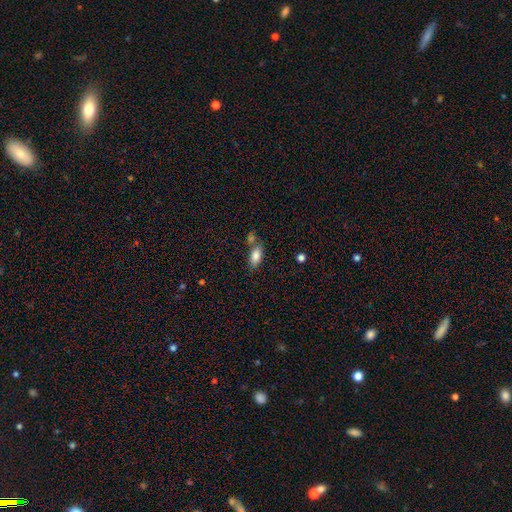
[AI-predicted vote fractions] Smooth or featured: smooth — 83% (featured or disk — 9%)
How rounded: in between — 87% (cigar-shaped — 9%)
Merging: none — 58% (merger — 22%)